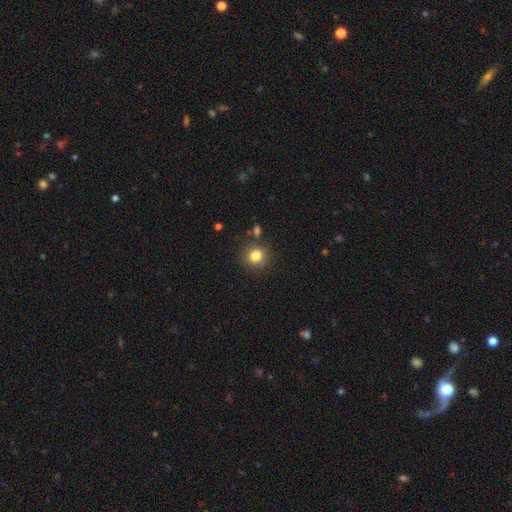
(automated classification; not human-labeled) This appears to be a smooth galaxy with no disk features (82%) that is round (85%). Merging: none (81%).